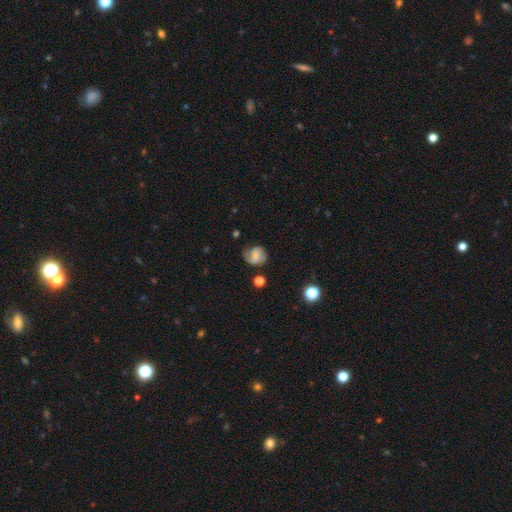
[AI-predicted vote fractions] Q: Smooth or featured?
A: featured or disk (54%); runner-up: smooth (36%)
Q: Edge-on disk?
A: no (98%); runner-up: yes (2%)
Q: Bar?
A: no (50%); runner-up: weak (40%)
Q: Spiral arms?
A: yes (90%); runner-up: no (10%)
Q: Bulge size?
A: small (53%); runner-up: moderate (26%)
Q: Merging?
A: none (65%); runner-up: minor disturbance (23%)